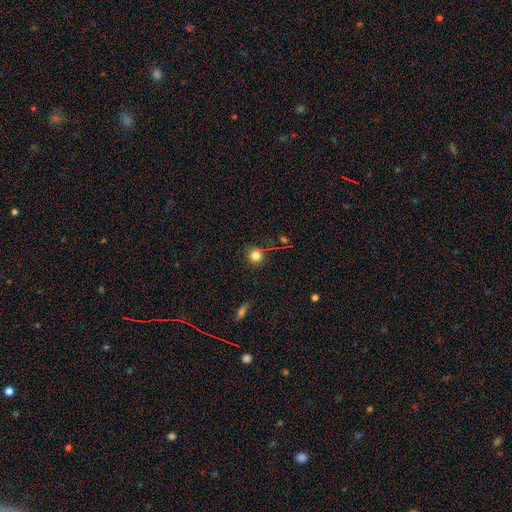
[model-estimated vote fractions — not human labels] smooth_or_featured: smooth (p=0.78) [alt: star or artifact p=0.15]
how_rounded: round (p=0.93) [alt: in between p=0.06]
merging: none (p=0.83) [alt: minor disturbance p=0.10]